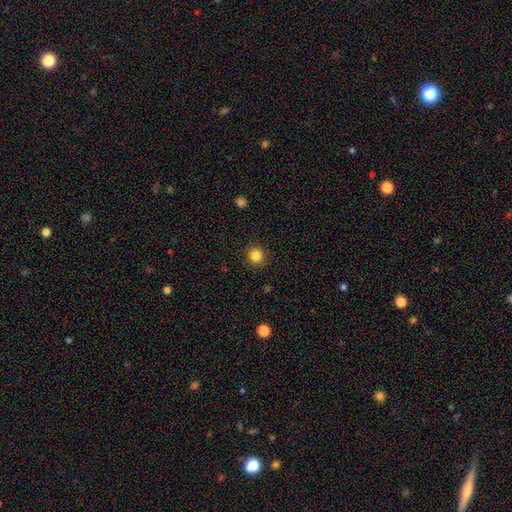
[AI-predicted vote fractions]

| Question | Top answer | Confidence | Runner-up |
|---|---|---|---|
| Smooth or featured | smooth | 84% | star or artifact (11%) |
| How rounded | round | 88% | in between (12%) |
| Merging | none | 90% | minor disturbance (7%) |